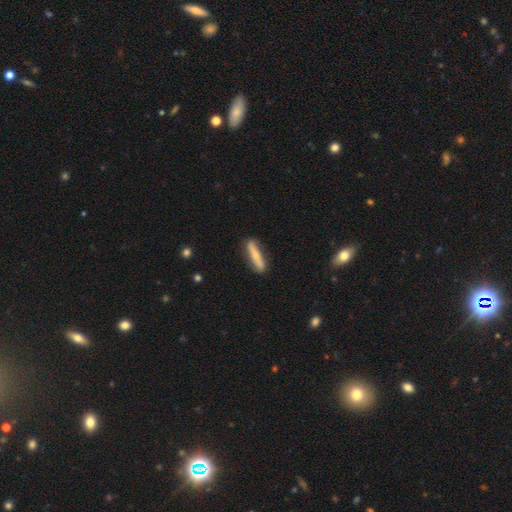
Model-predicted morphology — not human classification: smooth_or_featured: smooth (p=0.56) [alt: featured or disk p=0.39]
how_rounded: cigar-shaped (p=0.83) [alt: in between p=0.15]
merging: none (p=0.83) [alt: minor disturbance p=0.12]